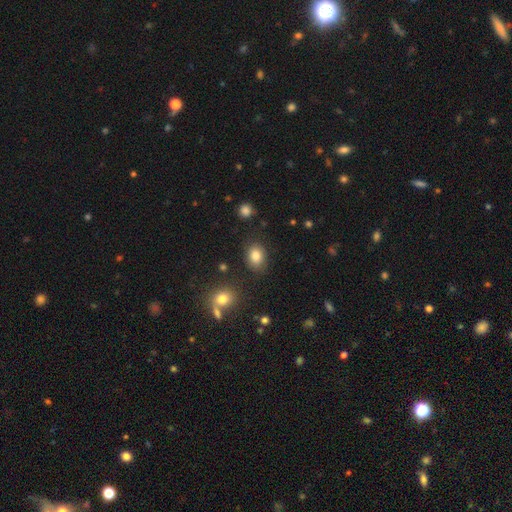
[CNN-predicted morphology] type=smooth (84%); roundness=in between (63%); merging=none (83%).